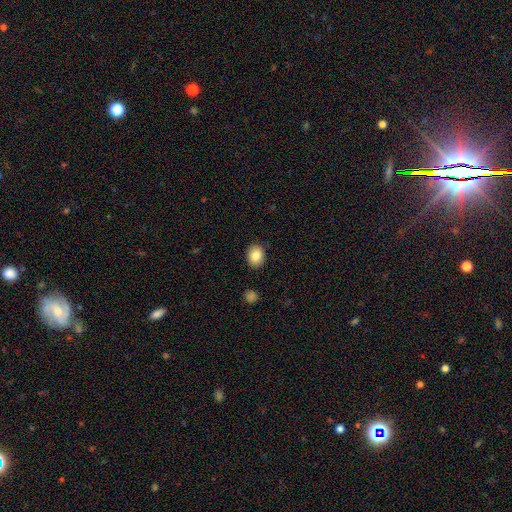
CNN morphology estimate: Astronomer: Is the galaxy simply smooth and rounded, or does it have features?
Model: smooth — 85%.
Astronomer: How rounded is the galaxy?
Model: in between — 54% (runner-up: round, 45%).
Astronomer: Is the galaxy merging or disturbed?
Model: none — 89%.